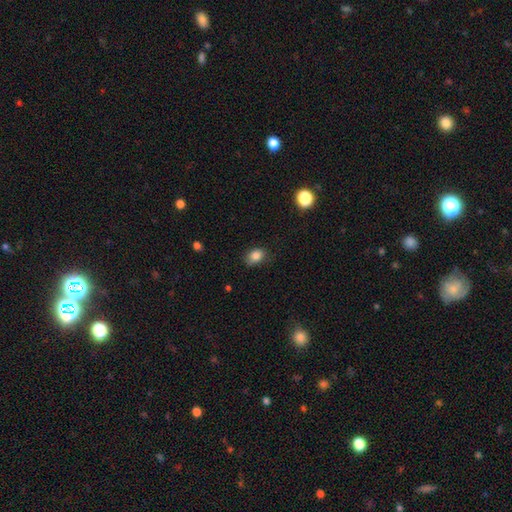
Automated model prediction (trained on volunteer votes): A smooth galaxy with no disk features (85%) that is in between round and cigar-shaped (70%).

Vote fractions:
- Smooth or featured? smooth: 85% / star or artifact: 10% / featured or disk: 5%
- How rounded? in between: 70% / round: 29% / cigar-shaped: 1%
- Merging? none: 75% / minor disturbance: 20% / major disturbance: 4% / merger: 1%